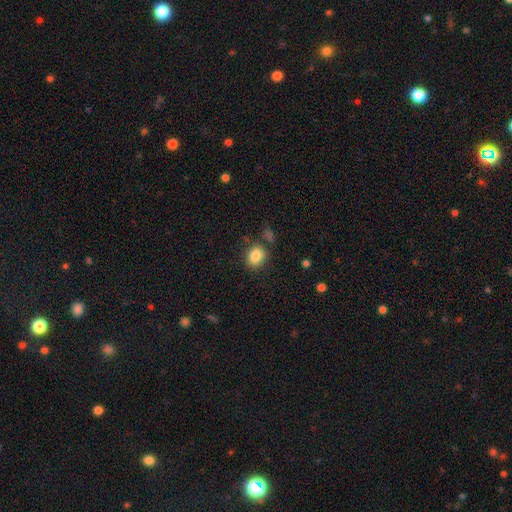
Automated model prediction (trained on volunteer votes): smooth-or-featured: smooth: 84% | star or artifact: 10% | featured or disk: 6%
  how-rounded: round: 55% | in between: 44% | cigar-shaped: 1%
  merging: none: 78% | minor disturbance: 13% | merger: 5% | major disturbance: 4%